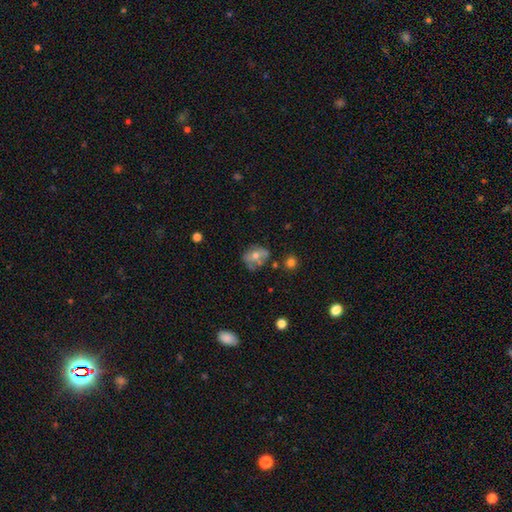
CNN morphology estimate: smooth_or_featured: smooth (p=0.53) [alt: featured or disk p=0.36]
how_rounded: round (p=0.50) [alt: in between p=0.48]
merging: none (p=0.51) [alt: minor disturbance p=0.28]